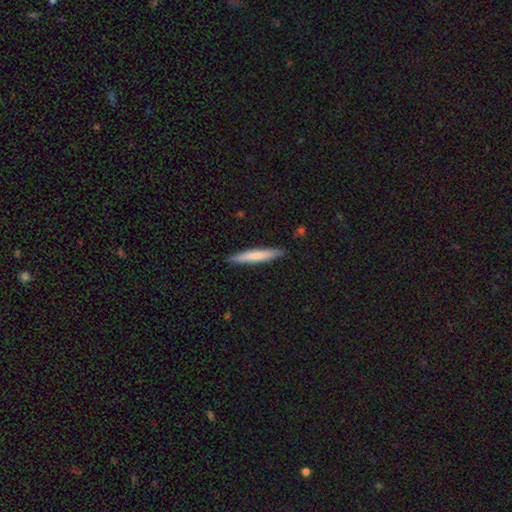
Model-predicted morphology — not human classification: A smooth galaxy with no disk features (69%) that is cigar-shaped (93%). Merging: none (89%).